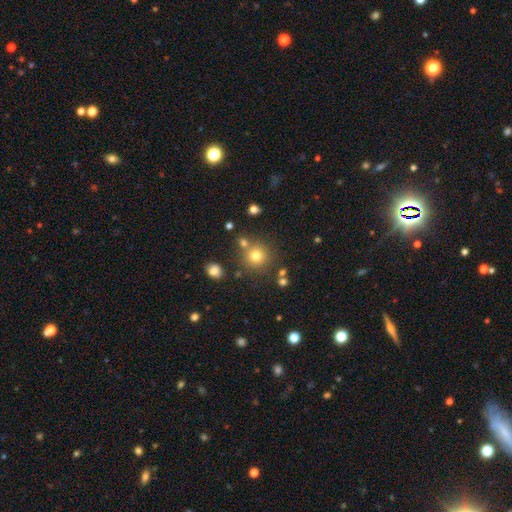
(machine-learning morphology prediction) Smooth or featured?
  - smooth: 75% *
  - star or artifact: 15%
  - featured or disk: 9%
How rounded?
  - round: 92% *
  - in between: 7%
  - cigar-shaped: 1%
Merging?
  - none: 76% *
  - merger: 12%
  - minor disturbance: 9%
  - major disturbance: 4%